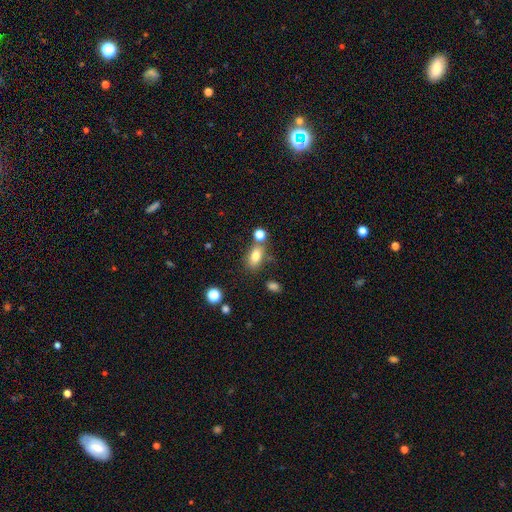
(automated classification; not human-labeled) smooth 78%, featured or disk 12%, star or artifact 11%. Down the decision tree: how rounded — in between (83%); merging — none (64%).